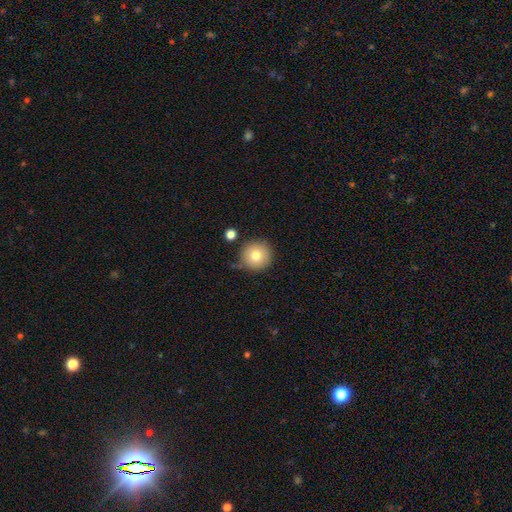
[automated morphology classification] smooth_or_featured: smooth (p=0.79) [alt: featured or disk p=0.11]
how_rounded: round (p=0.95) [alt: in between p=0.04]
merging: none (p=0.80) [alt: minor disturbance p=0.12]